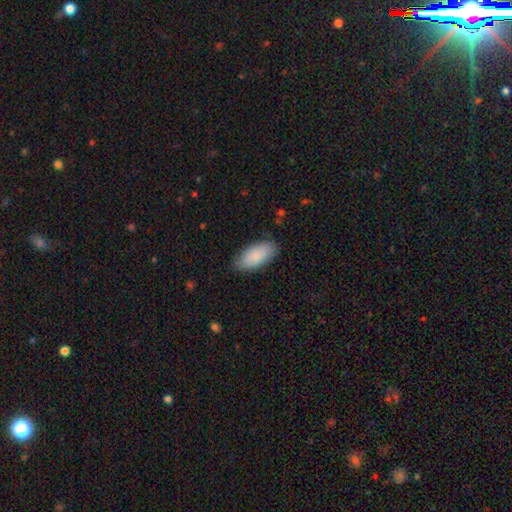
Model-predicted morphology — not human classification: Smooth or featured: smooth — 88% (featured or disk — 7%)
How rounded: in between — 90% (cigar-shaped — 8%)
Merging: none — 84% (minor disturbance — 12%)